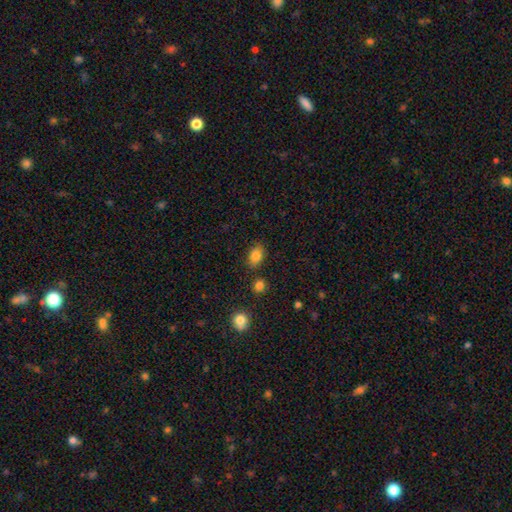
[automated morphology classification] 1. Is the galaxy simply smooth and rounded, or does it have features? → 83% smooth, 10% star or artifact, 8% featured or disk.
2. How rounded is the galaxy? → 84% in between, 15% round, 2% cigar-shaped.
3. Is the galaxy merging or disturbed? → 82% none, 12% minor disturbance, 4% merger, 3% major disturbance.